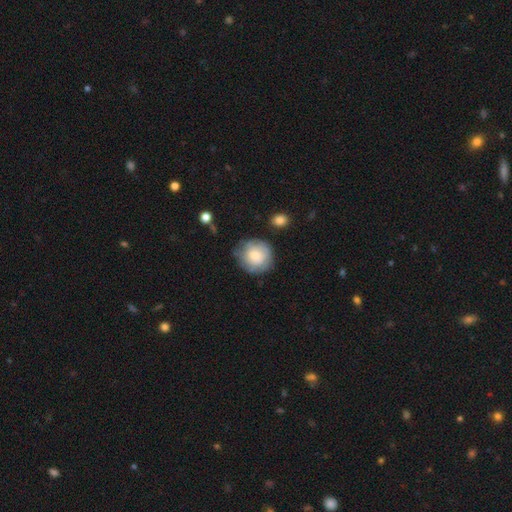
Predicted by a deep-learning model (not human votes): Overall: smooth (60%; featured or disk 33%). How rounded: round (91%). Merging: none (74%).